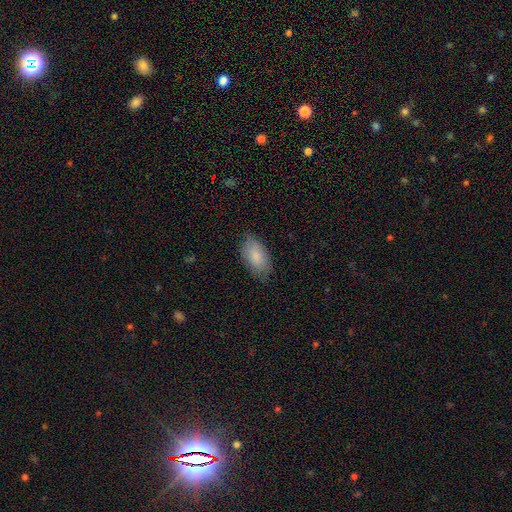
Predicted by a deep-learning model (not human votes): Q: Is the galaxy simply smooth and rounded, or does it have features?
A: smooth — 85%.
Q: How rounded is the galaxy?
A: in between — 94%.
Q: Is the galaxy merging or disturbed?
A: none — 79%.